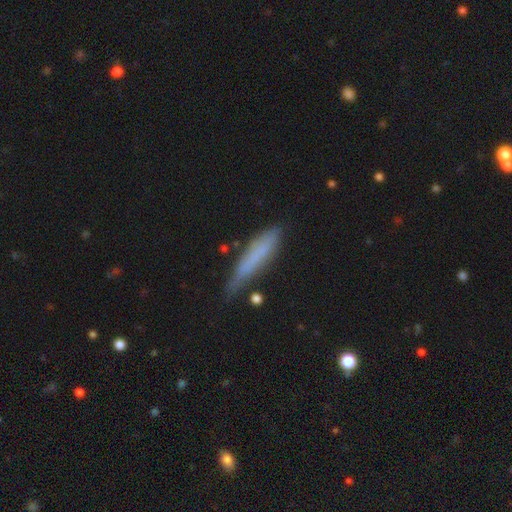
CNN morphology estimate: The model was most divided on "merging": none: 64%, minor disturbance: 26%, major disturbance: 6%, merger: 3%. More confident: how rounded — cigar-shaped (86%); smooth or featured — smooth (68%).